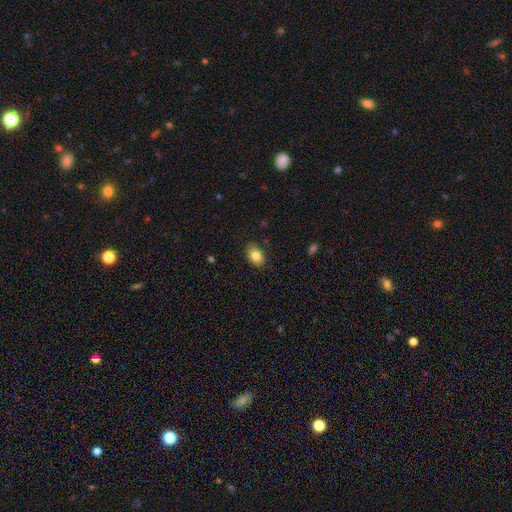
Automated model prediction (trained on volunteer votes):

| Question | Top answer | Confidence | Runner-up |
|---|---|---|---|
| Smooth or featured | smooth | 83% | featured or disk (8%) |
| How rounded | in between | 79% | round (20%) |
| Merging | none | 86% | minor disturbance (11%) |